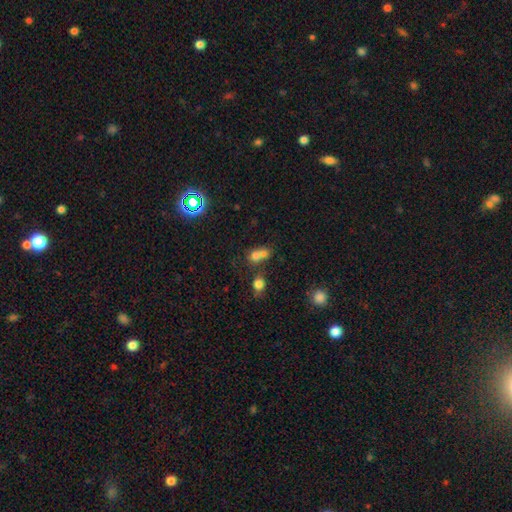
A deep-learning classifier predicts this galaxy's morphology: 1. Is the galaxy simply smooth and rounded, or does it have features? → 69% smooth, 17% star or artifact, 14% featured or disk.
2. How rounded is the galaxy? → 71% round, 27% in between, 1% cigar-shaped.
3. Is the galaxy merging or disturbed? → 59% merger, 31% none, 6% minor disturbance, 4% major disturbance.